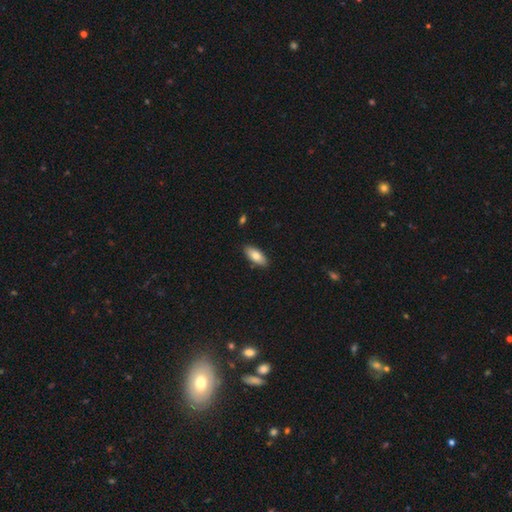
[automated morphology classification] Smooth or featured?
  - smooth: 78% *
  - featured or disk: 16%
  - star or artifact: 6%
How rounded?
  - in between: 81% *
  - cigar-shaped: 17%
  - round: 2%
Merging?
  - none: 88% *
  - minor disturbance: 9%
  - major disturbance: 2%
  - merger: 2%